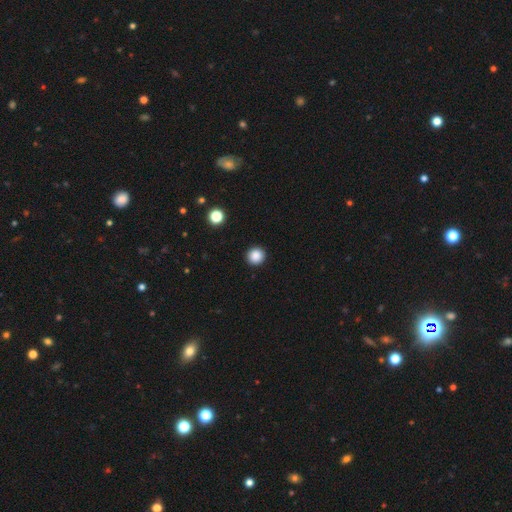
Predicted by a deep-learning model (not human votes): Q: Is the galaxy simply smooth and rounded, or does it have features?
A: smooth — 87%.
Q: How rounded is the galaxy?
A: round — 94%.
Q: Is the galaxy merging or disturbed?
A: none — 93%.